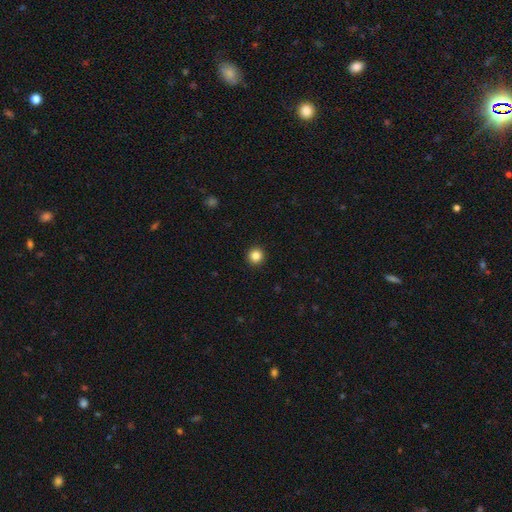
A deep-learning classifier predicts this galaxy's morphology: A smooth galaxy with no disk features (85%) that is round (95%).

Vote fractions:
- Smooth or featured? smooth: 85% / star or artifact: 11% / featured or disk: 4%
- How rounded? round: 95% / in between: 4% / cigar-shaped: 1%
- Merging? none: 94% / minor disturbance: 4% / major disturbance: 1% / merger: 1%